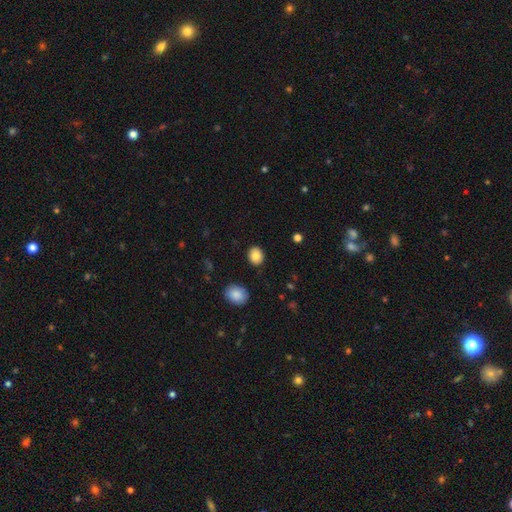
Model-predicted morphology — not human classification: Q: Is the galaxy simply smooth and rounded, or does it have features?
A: smooth — 85%.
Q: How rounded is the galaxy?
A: round — 55%.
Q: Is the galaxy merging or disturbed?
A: none — 87%.